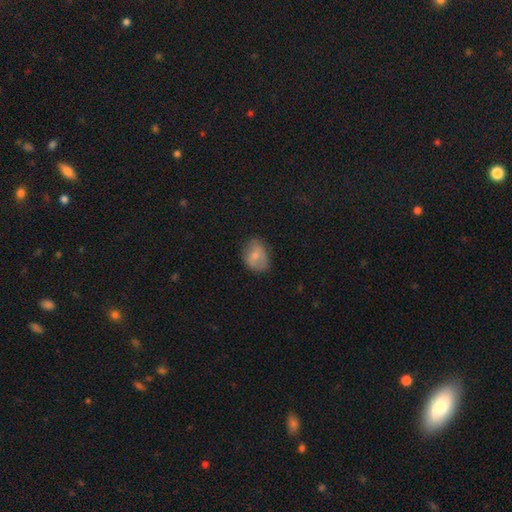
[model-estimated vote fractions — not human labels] A smooth galaxy with no disk features (71%) that is in between round and cigar-shaped (62%). Merging: none (70%).